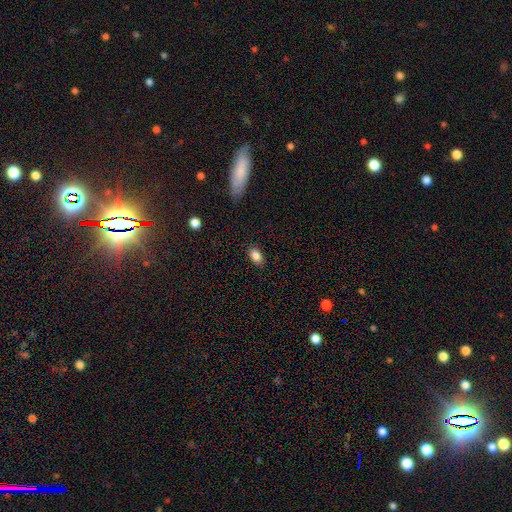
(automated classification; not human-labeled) smooth 85%, star or artifact 9%, featured or disk 6%. Down the decision tree: how rounded — in between (87%); merging — none (87%).